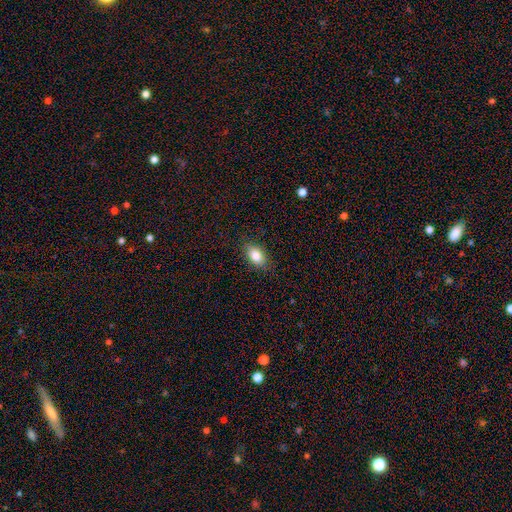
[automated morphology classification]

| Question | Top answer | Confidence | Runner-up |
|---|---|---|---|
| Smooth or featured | smooth | 84% | featured or disk (8%) |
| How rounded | in between | 88% | round (9%) |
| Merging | none | 85% | minor disturbance (11%) |